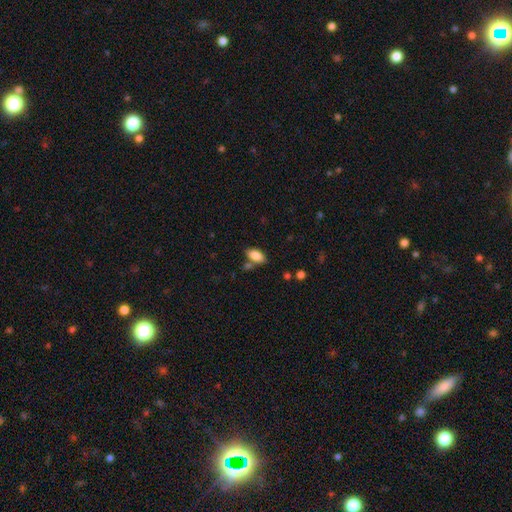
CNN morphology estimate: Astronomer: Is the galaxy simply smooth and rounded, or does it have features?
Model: smooth — 86%.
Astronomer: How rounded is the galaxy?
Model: in between — 92%.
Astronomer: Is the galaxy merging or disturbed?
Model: none — 71%.